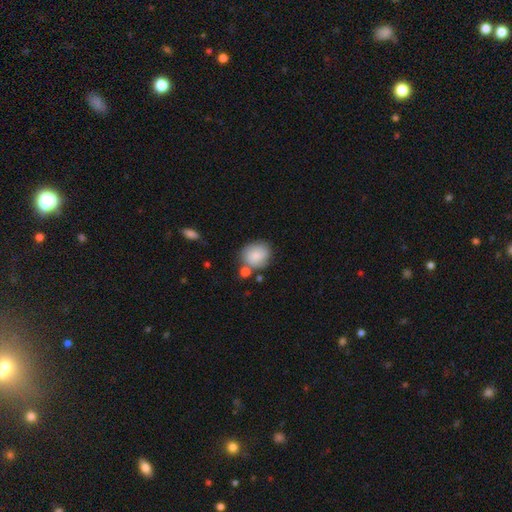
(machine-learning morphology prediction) Smooth or featured: smooth — 79% (featured or disk — 13%)
How rounded: round — 72% (in between — 27%)
Merging: none — 63% (minor disturbance — 17%)